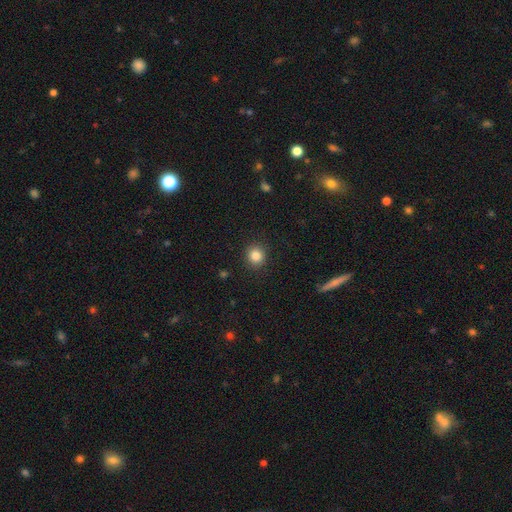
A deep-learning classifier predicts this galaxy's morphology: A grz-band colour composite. It shows a smooth galaxy with no disk features (84%) that is round (89%). Merging: none (91%).